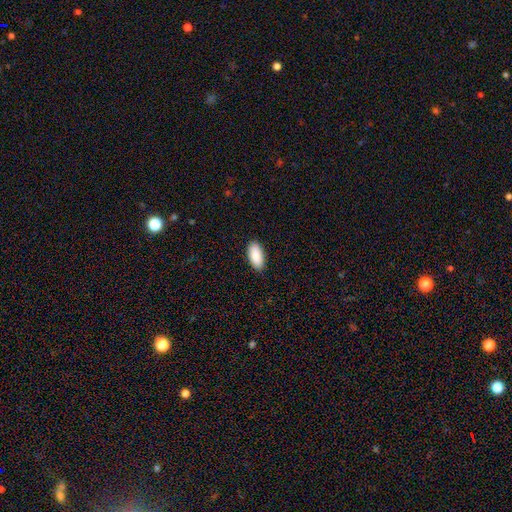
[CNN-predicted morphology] Q: Smooth or featured?
A: smooth (90%); runner-up: star or artifact (6%)
Q: How rounded?
A: in between (93%); runner-up: cigar-shaped (5%)
Q: Merging?
A: none (89%); runner-up: minor disturbance (8%)